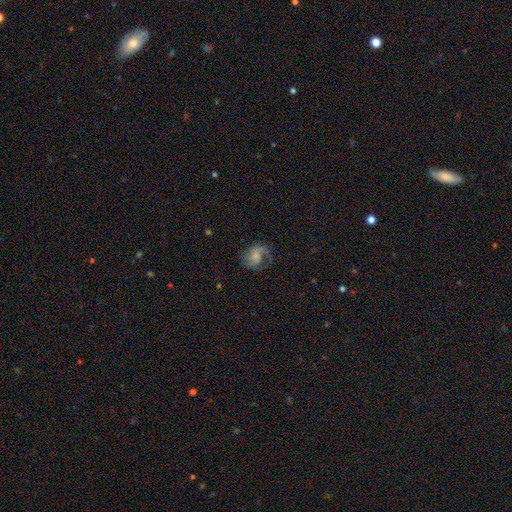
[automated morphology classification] Smooth or featured: featured or disk — 63% (smooth — 29%)
Edge-on disk: no — 98% (yes — 2%)
Bar: no — 64% (weak — 31%)
Spiral arms: yes — 91% (no — 9%)
Spiral winding: medium — 42% (loose — 40%)
Spiral arm count: 1 — 47% (2 — 43%)
Bulge size: small — 48% (moderate — 28%)
Merging: none — 54% (major disturbance — 22%)